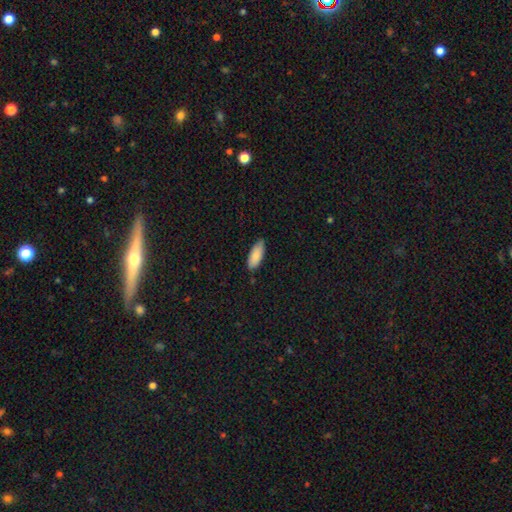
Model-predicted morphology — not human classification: A smooth galaxy with no disk features (87%) that is in between round and cigar-shaped (79%). Merging: none (81%).